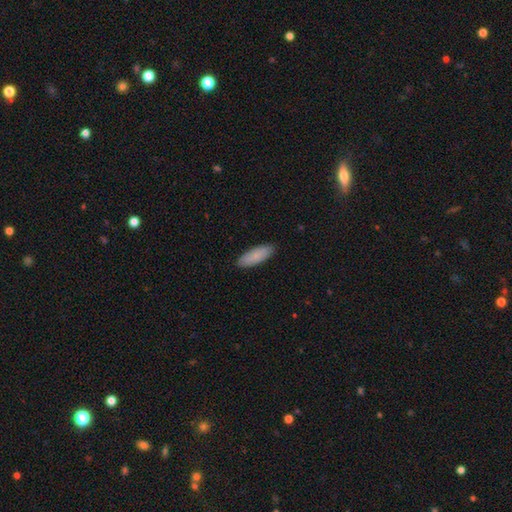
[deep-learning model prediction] Overall: smooth (84%). How rounded: in between (71%). Merging: none (89%).